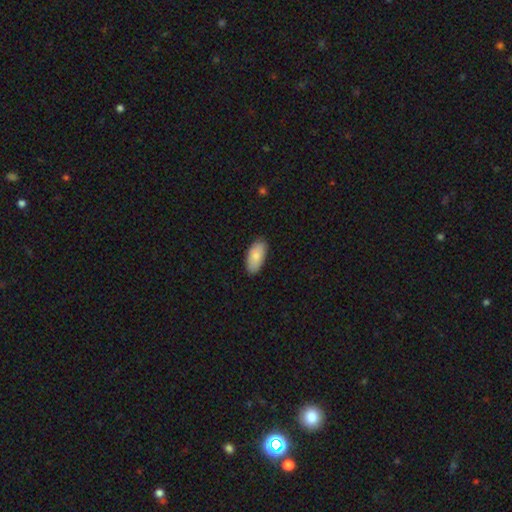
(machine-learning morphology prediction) Smooth or featured: smooth — 86% (featured or disk — 9%)
How rounded: in between — 93% (cigar-shaped — 6%)
Merging: none — 86% (minor disturbance — 11%)